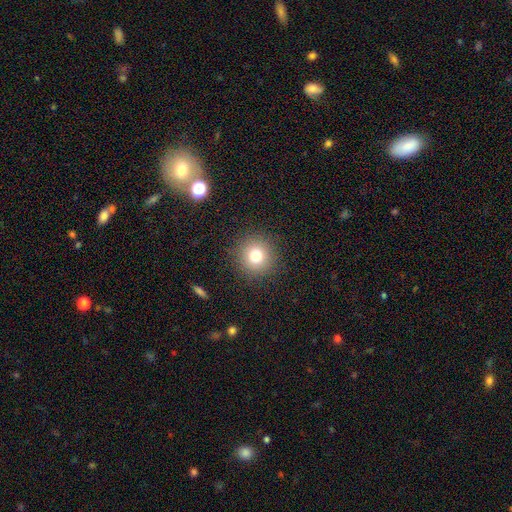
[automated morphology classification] type=smooth (77%); roundness=round (94%); merging=none (90%).